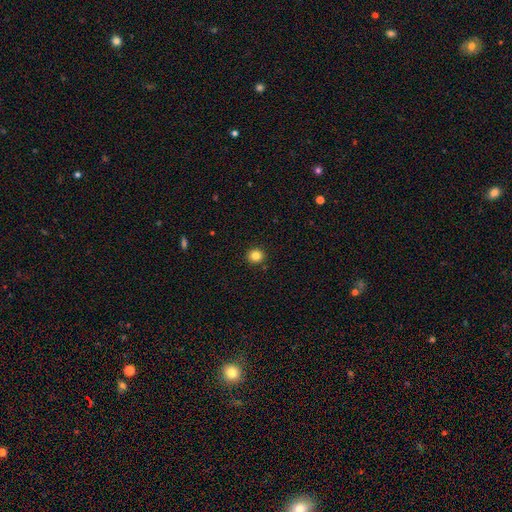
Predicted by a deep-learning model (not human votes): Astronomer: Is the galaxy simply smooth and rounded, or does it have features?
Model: smooth — 83%.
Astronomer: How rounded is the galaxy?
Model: round — 88%.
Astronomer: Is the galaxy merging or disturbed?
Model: none — 92%.